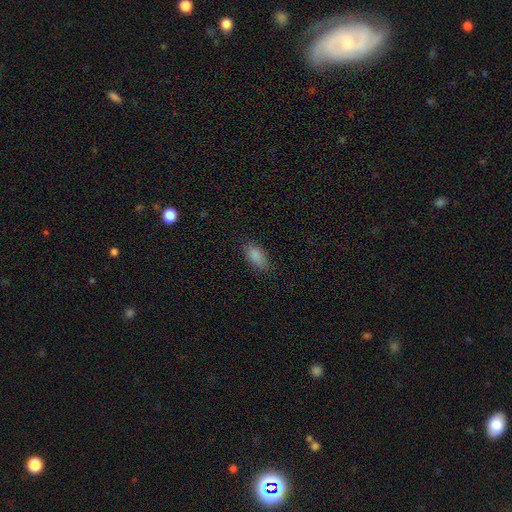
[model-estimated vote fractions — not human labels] Smooth or featured? Predicted: smooth (p=0.86). How rounded? Predicted: in between (p=0.89). Merging? Predicted: none (p=0.81).